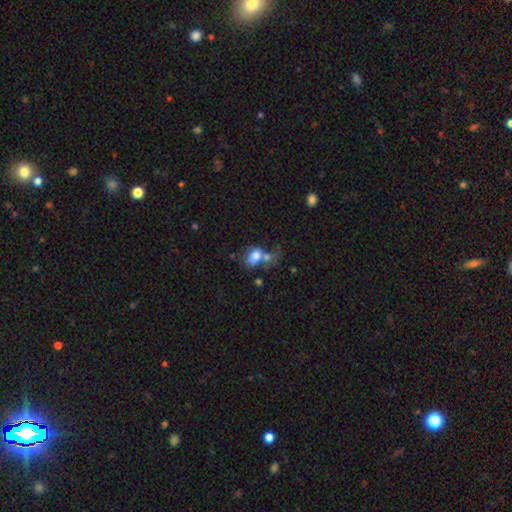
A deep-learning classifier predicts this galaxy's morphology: A smooth galaxy with no disk features (69%) that is in between round and cigar-shaped (70%).

Vote fractions:
- Smooth or featured? smooth: 69% / featured or disk: 21% / star or artifact: 10%
- How rounded? in between: 70% / round: 29% / cigar-shaped: 2%
- Merging? merger: 51% / none: 19% / major disturbance: 18% / minor disturbance: 12%